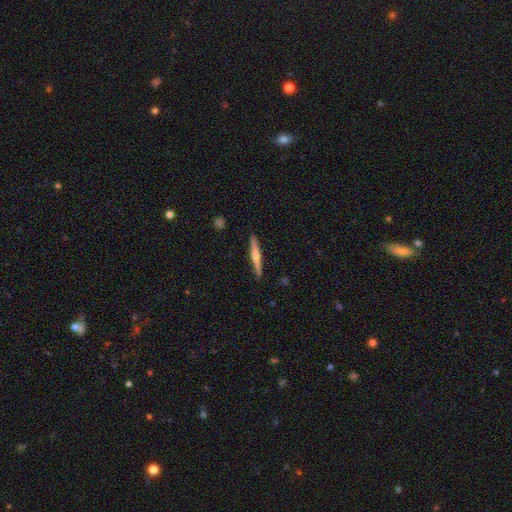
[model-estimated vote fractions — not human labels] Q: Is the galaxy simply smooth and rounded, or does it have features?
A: featured or disk — 57%.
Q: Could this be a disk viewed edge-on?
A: yes — 98%.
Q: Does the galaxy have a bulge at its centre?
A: rounded — 76%.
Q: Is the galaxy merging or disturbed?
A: none — 91%.